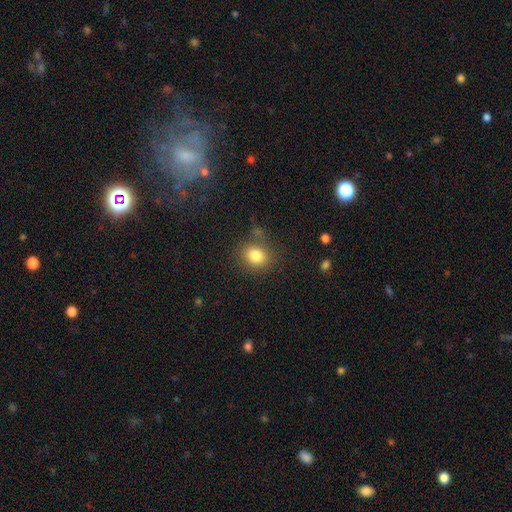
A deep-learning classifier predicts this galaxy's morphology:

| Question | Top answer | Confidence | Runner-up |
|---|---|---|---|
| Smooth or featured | smooth | 82% | star or artifact (11%) |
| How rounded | round | 63% | in between (36%) |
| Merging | none | 76% | minor disturbance (14%) |